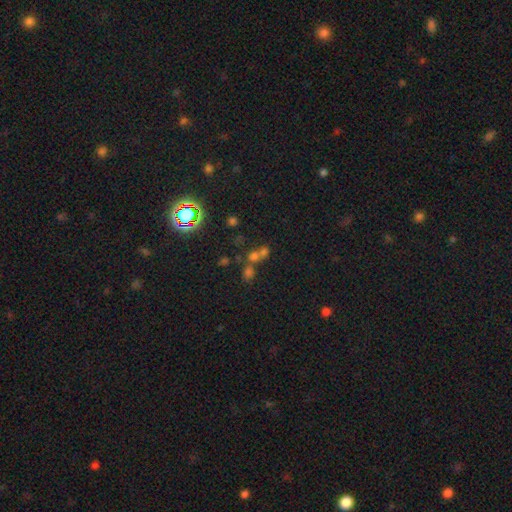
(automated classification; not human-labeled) This is possibly a smooth galaxy (52%). How rounded: likely round (72%). Merging: possibly merger (52%).